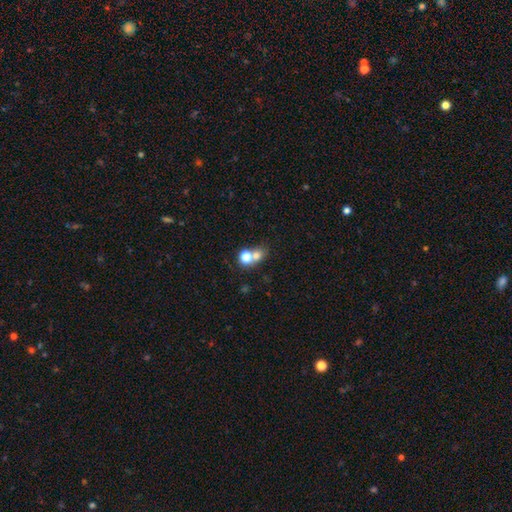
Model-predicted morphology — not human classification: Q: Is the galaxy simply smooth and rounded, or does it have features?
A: smooth — 72%.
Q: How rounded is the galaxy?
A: round — 69%.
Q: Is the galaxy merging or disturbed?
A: merger — 51%.